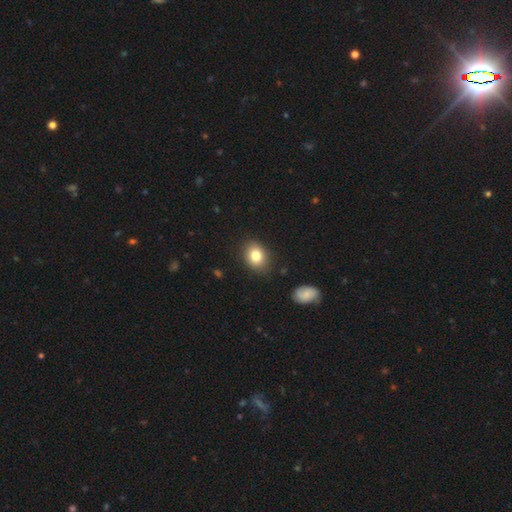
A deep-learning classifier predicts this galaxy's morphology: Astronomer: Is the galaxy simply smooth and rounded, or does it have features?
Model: smooth — 81%.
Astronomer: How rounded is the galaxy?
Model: in between — 58% (runner-up: round, 42%).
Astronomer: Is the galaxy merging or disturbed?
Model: none — 85%.